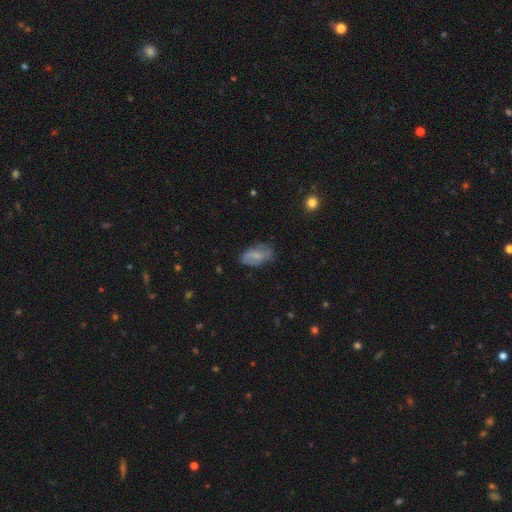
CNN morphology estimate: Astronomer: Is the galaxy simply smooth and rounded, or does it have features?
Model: smooth — 67%.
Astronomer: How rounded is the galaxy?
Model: in between — 92%.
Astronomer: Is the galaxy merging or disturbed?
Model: none — 65%.